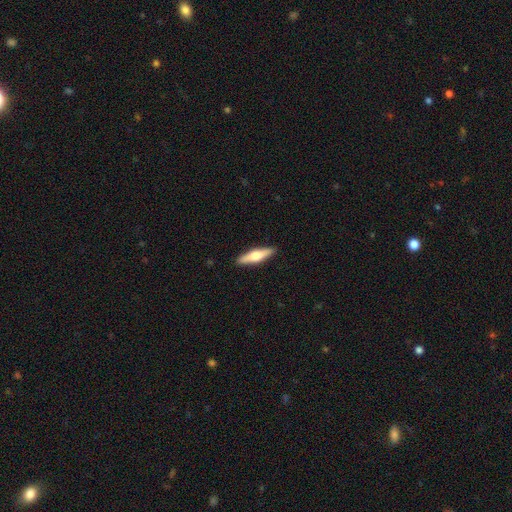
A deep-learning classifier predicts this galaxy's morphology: A smooth galaxy with no disk features (50%). Merging: none (91%).